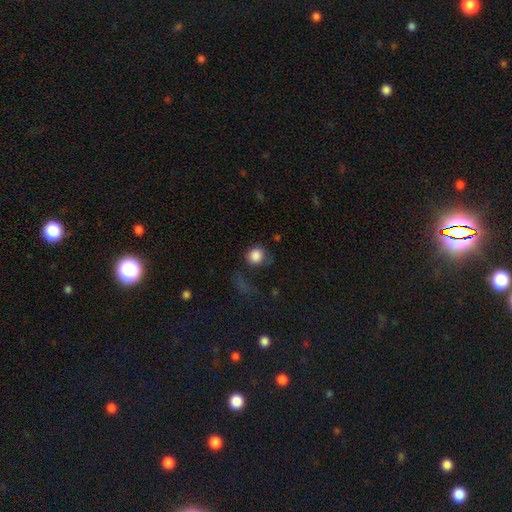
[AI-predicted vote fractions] This appears to be a smooth galaxy with no disk features (86%) that is round (85%). Merging: none (54%).